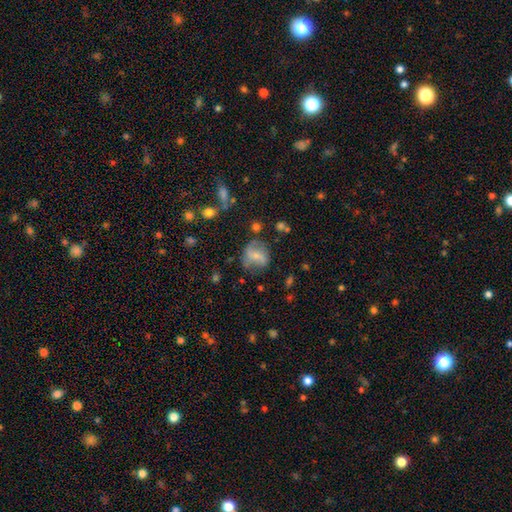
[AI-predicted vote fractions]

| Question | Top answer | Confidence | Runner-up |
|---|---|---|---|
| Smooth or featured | smooth | 46% | featured or disk (45%) |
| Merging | none | 57% | minor disturbance (24%) |